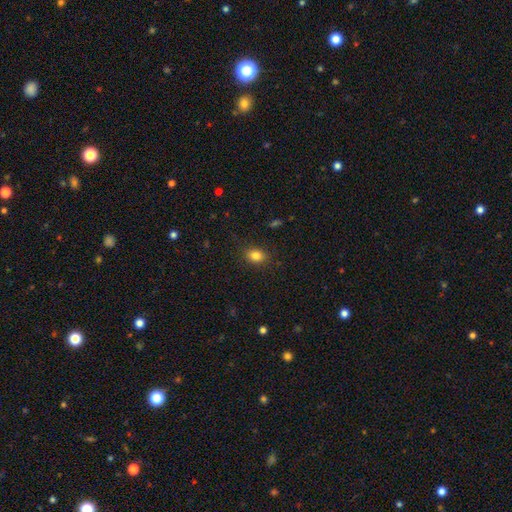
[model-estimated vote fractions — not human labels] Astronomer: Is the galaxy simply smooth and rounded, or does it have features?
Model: smooth — 83%.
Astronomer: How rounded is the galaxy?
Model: in between — 67%.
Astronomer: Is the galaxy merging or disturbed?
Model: none — 86%.